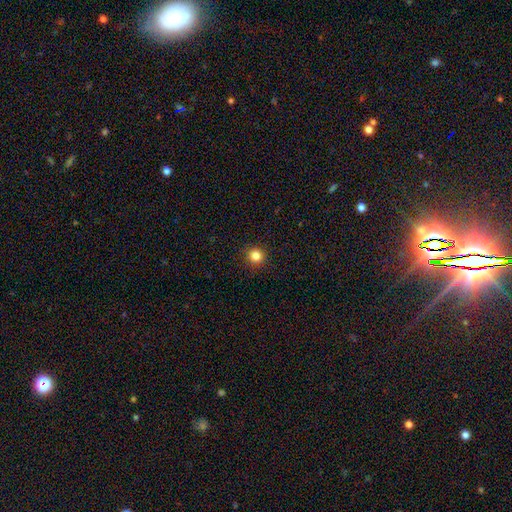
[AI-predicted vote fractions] A smooth galaxy with no disk features (83%) that is round (95%).

Vote fractions:
- Smooth or featured? smooth: 83% / star or artifact: 12% / featured or disk: 4%
- How rounded? round: 95% / in between: 4% / cigar-shaped: 1%
- Merging? none: 93% / minor disturbance: 5% / major disturbance: 2% / merger: 1%